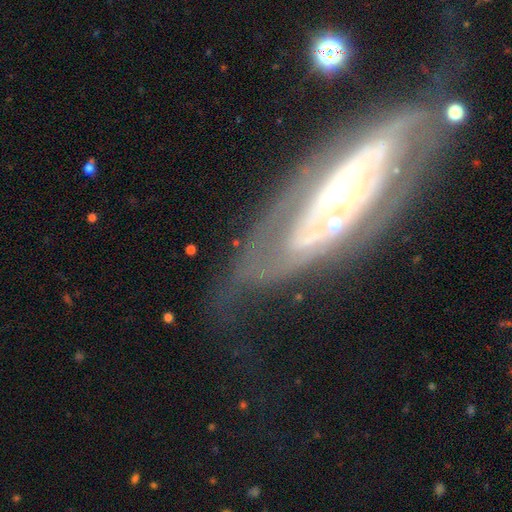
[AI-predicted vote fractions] Smooth or featured: featured or disk — 83% (smooth — 11%)
Edge-on disk: no — 83% (yes — 17%)
Bar: no — 66% (weak — 20%)
Spiral arms: yes — 75% (no — 25%)
Spiral winding: tight — 63% (medium — 27%)
Spiral arm count: can't tell — 45% (2 — 37%)
Bulge size: small — 59% (moderate — 34%)
Merging: none — 63% (minor disturbance — 19%)